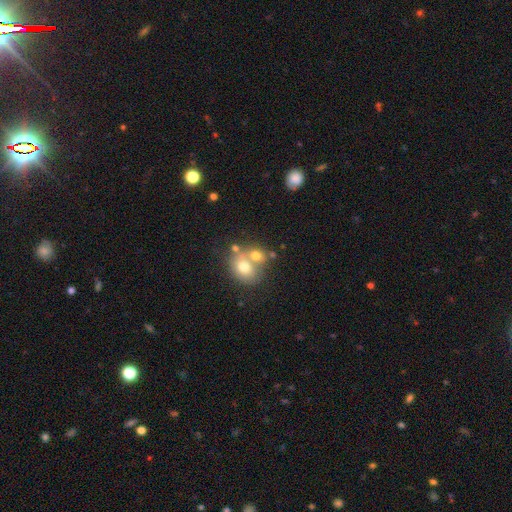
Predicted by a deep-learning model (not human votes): Overall: smooth (66%). How rounded: round (58%; in between 41%). Merging: merger (56%; none 31%).